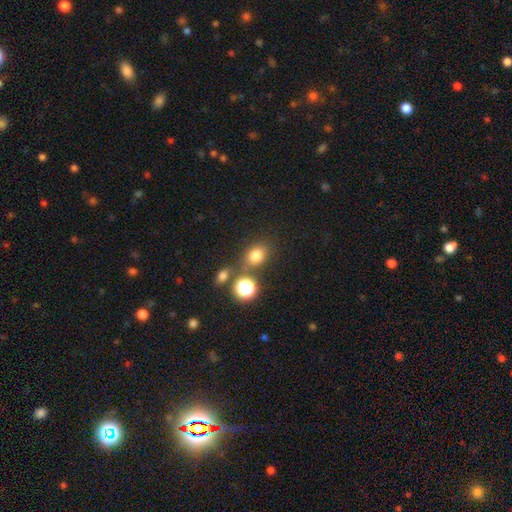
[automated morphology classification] Smooth or featured? Predicted: smooth (p=0.75). How rounded? Predicted: round (p=0.56). Merging? Predicted: none (p=0.68).